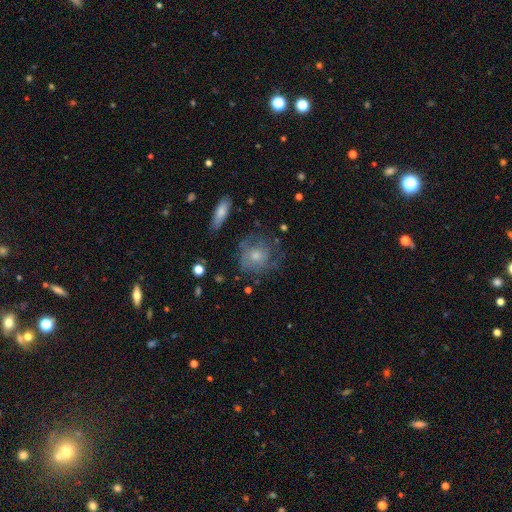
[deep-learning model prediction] A featured or disk galaxy (52%). Merging: none (68%).